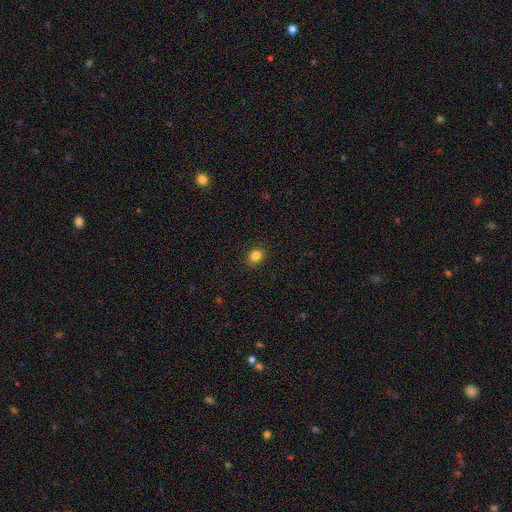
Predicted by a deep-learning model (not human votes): A smooth galaxy with no disk features (84%) that is round (55%).

Vote fractions:
- Smooth or featured? smooth: 84% / star or artifact: 11% / featured or disk: 5%
- How rounded? round: 55% / in between: 44% / cigar-shaped: 1%
- Merging? none: 90% / minor disturbance: 7% / major disturbance: 2% / merger: 1%